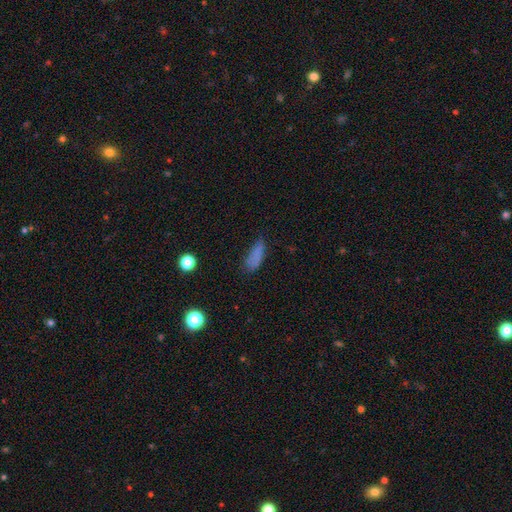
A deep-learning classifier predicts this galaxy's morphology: smooth-or-featured: smooth: 77% | star or artifact: 14% | featured or disk: 9%
  how-rounded: in between: 62% | cigar-shaped: 35% | round: 3%
  merging: none: 64% | minor disturbance: 25% | major disturbance: 9% | merger: 2%